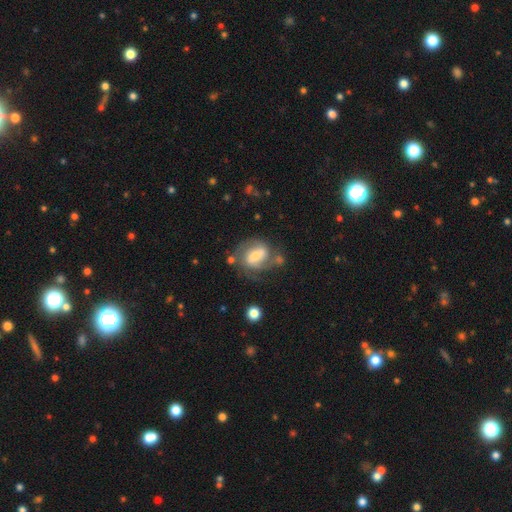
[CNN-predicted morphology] Smooth or featured: featured or disk — 69% (smooth — 24%)
Edge-on disk: no — 96% (yes — 4%)
Bar: weak — 44% (strong — 33%)
Spiral arms: yes — 85% (no — 15%)
Spiral winding: medium — 46% (tight — 33%)
Spiral arm count: 2 — 65% (can't tell — 16%)
Bulge size: moderate — 46% (small — 38%)
Merging: none — 51% (minor disturbance — 21%)